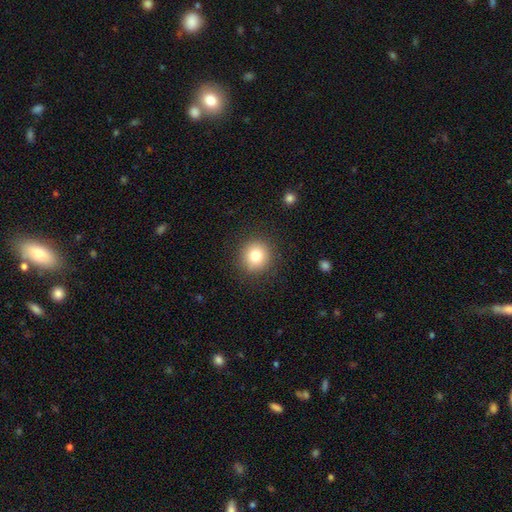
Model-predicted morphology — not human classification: Smooth or featured? smooth (80%)
How rounded? round (92%)
Merging? none (90%)